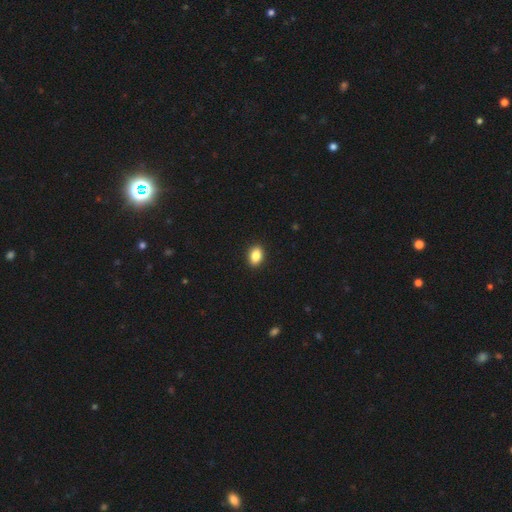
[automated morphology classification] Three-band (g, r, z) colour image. It shows a smooth galaxy with no disk features (87%) that is in between round and cigar-shaped (81%). Merging: none (91%).